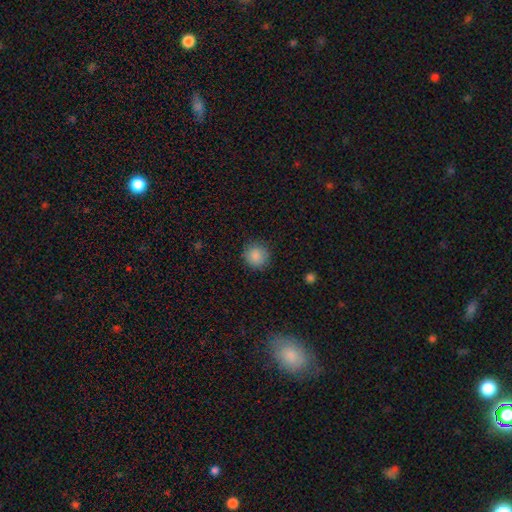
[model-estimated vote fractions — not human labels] The model was most divided on "smooth or featured": smooth: 87%, star or artifact: 9%, featured or disk: 4%. More confident: how rounded — round (92%); merging — none (88%).